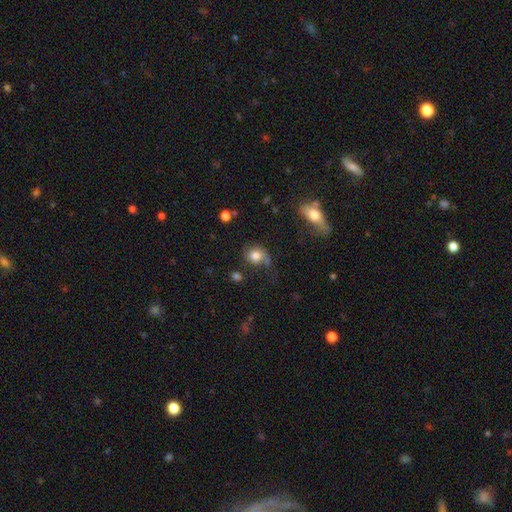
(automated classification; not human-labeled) A smooth galaxy with no disk features (77%) that is round (71%). Merging: none (46%).